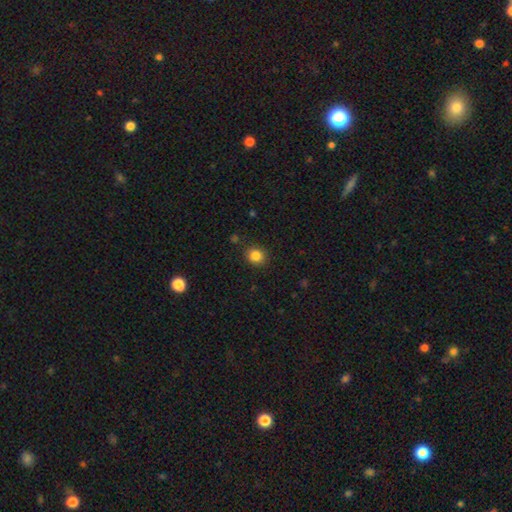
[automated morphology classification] smooth_or_featured: smooth (p=0.85) [alt: star or artifact p=0.11]
how_rounded: round (p=0.77) [alt: in between p=0.22]
merging: none (p=0.88) [alt: minor disturbance p=0.08]